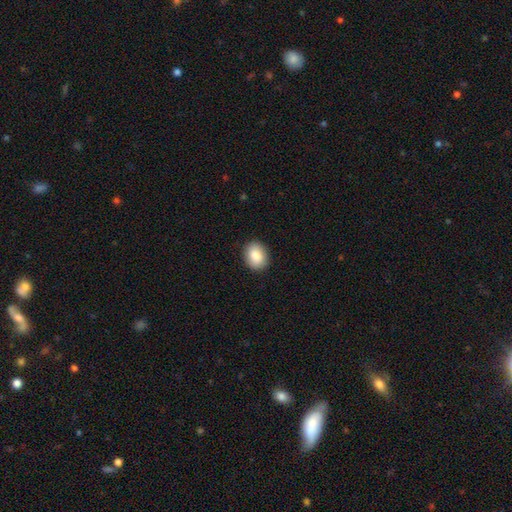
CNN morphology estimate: smooth_or_featured: smooth (p=0.86) [alt: star or artifact p=0.07]
how_rounded: in between (p=0.58) [alt: round p=0.41]
merging: none (p=0.89) [alt: minor disturbance p=0.08]